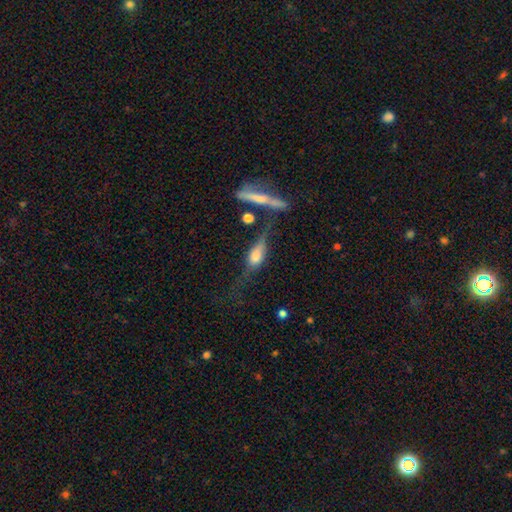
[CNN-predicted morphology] Smooth or featured: smooth — 49% (featured or disk — 40%)
Merging: none — 33% (major disturbance — 27%)